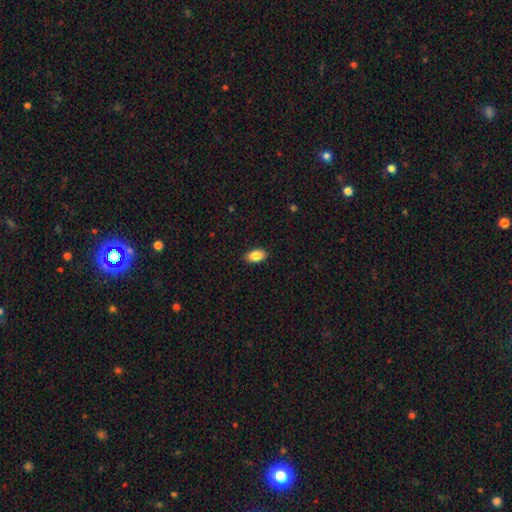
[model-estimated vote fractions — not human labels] Smooth or featured? Predicted: smooth (p=0.88). How rounded? Predicted: in between (p=0.93). Merging? Predicted: none (p=0.88).